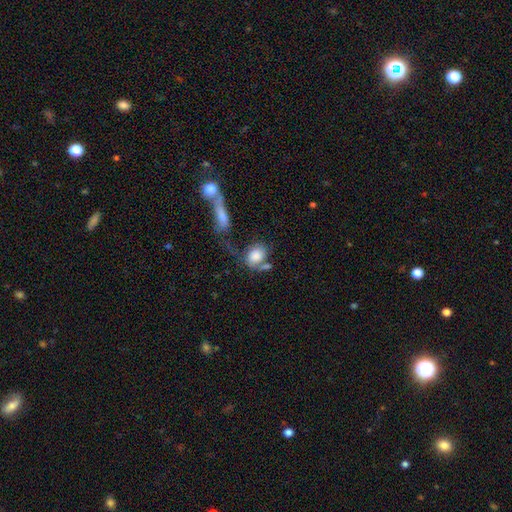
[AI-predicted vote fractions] Smooth or featured: smooth — 78% (featured or disk — 14%)
How rounded: in between — 56% (round — 41%)
Merging: merger — 37% (none — 34%)